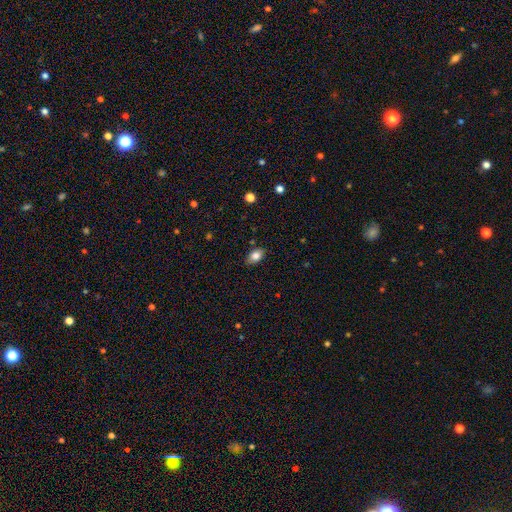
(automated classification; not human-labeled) Smooth or featured? smooth (82%)
How rounded? in between (86%)
Merging? none (84%)